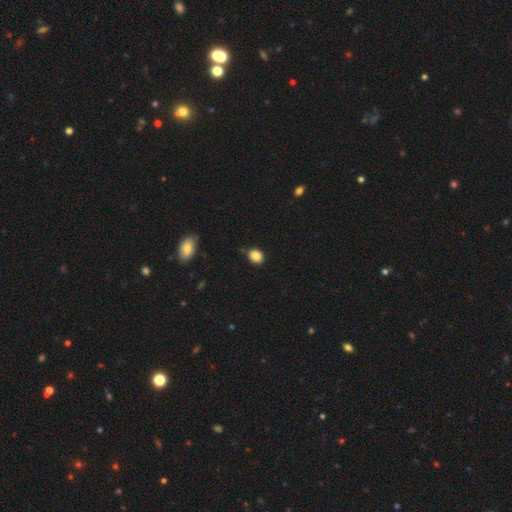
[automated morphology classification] Smooth or featured: smooth — 86% (star or artifact — 10%)
How rounded: round — 57% (in between — 41%)
Merging: none — 78% (minor disturbance — 17%)